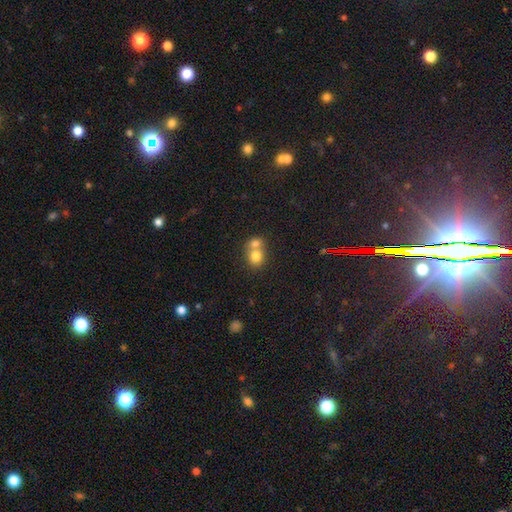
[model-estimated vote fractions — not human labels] Smooth or featured? Predicted: smooth (p=0.77). How rounded? Predicted: round (p=0.70). Merging? Predicted: merger (p=0.63).